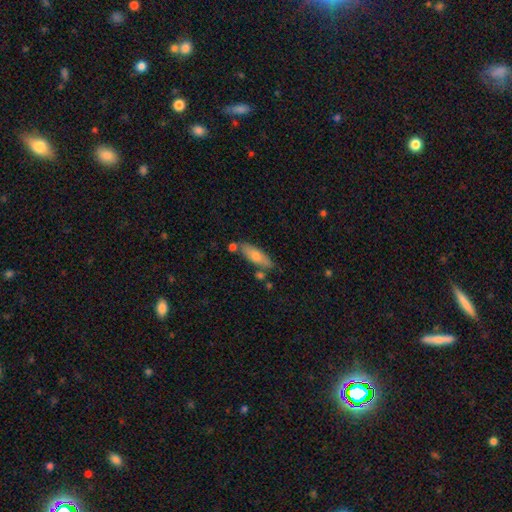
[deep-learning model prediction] Morphology: type=smooth (66%); roundness=cigar-shaped (50%); merging=none (71%).